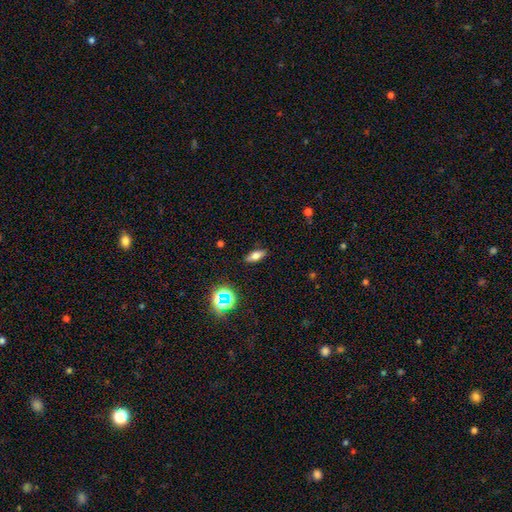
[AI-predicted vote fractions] This is likely a smooth galaxy (64%). How rounded: likely in between (72%). Merging: clearly none (87%).